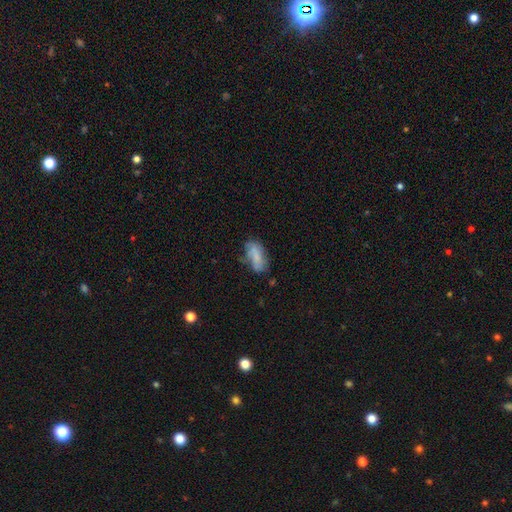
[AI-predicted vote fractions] Smooth or featured? smooth (63%)
How rounded? in between (89%)
Merging? none (47%)